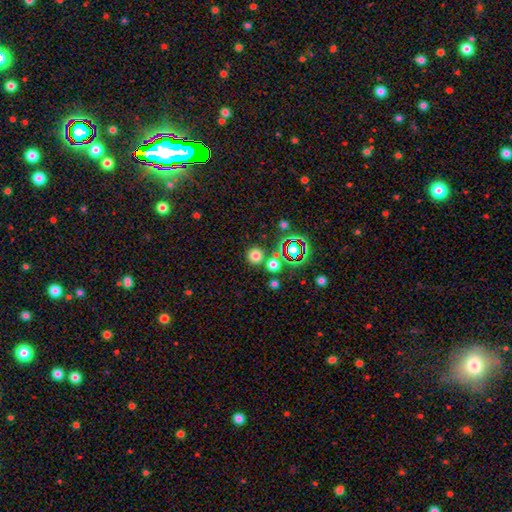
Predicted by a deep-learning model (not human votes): Smooth or featured?
  - smooth: 72% *
  - star or artifact: 21%
  - featured or disk: 7%
How rounded?
  - round: 93% *
  - in between: 6%
  - cigar-shaped: 1%
Merging?
  - none: 79% *
  - merger: 11%
  - minor disturbance: 7%
  - major disturbance: 3%